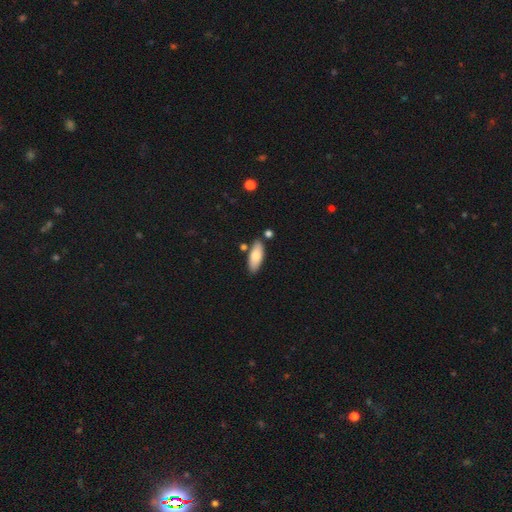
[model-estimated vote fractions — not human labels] Morphology: type=smooth (79%); roundness=in between (76%); merging=none (79%).